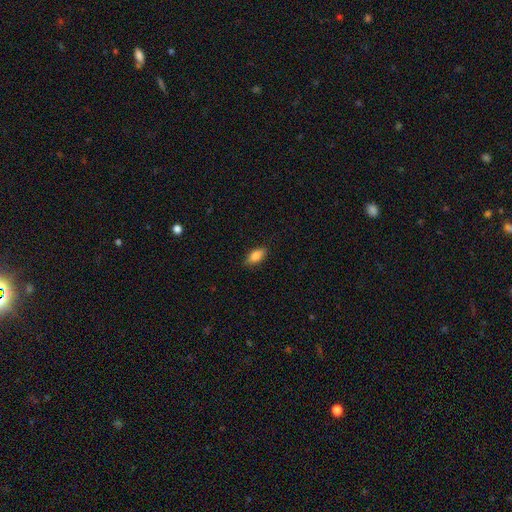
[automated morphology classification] type=smooth (83%); roundness=in between (88%); merging=none (84%).